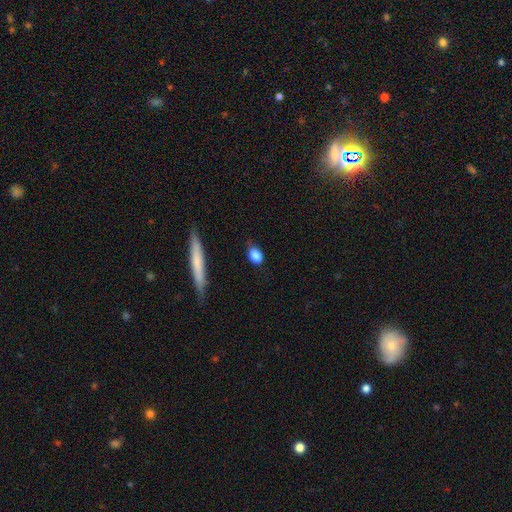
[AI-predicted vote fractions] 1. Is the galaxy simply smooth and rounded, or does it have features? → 85% smooth, 8% star or artifact, 7% featured or disk.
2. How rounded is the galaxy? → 71% in between, 23% round, 6% cigar-shaped.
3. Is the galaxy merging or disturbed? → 67% none, 24% minor disturbance, 6% major disturbance, 3% merger.